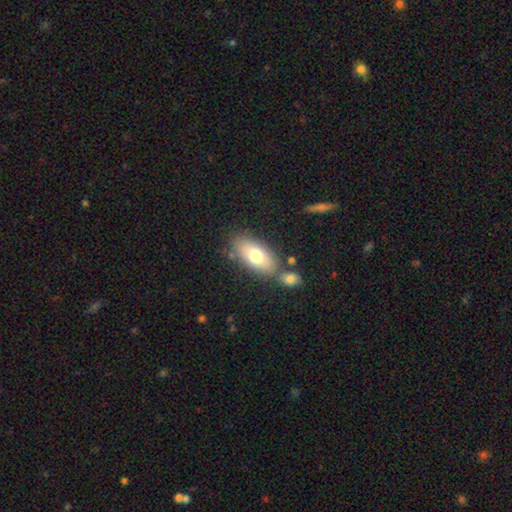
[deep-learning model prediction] Smooth or featured? Predicted: smooth (p=0.72). How rounded? Predicted: in between (p=0.88). Merging? Predicted: none (p=0.66).